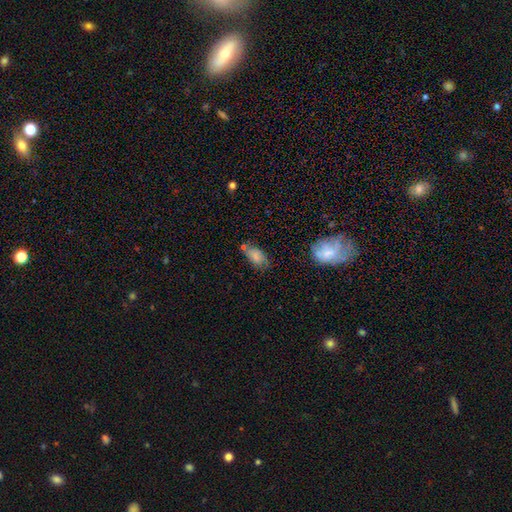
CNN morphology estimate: Overall: smooth (75%). How rounded: in between (89%). Merging: none (56%; minor disturbance 26%).